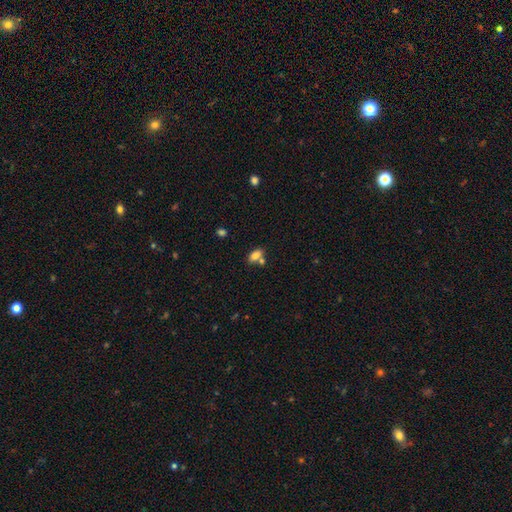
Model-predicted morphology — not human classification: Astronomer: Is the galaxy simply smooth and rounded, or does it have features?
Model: smooth — 81%.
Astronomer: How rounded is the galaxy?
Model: in between — 87%.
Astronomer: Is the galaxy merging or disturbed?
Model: none — 54% (runner-up: merger, 30%).